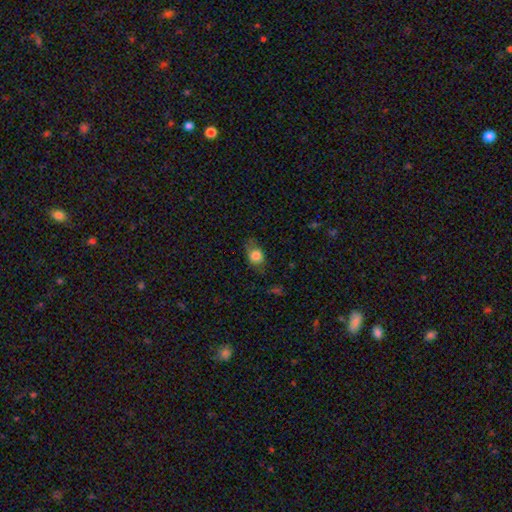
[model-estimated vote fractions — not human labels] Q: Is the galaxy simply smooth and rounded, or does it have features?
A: smooth — 78%.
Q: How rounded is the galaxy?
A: in between — 60%.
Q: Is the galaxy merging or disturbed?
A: none — 65%.